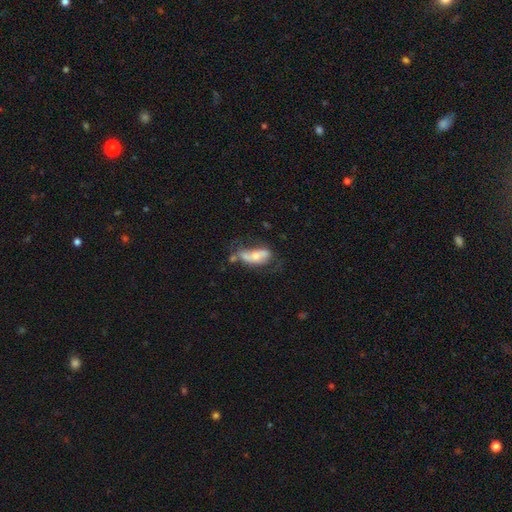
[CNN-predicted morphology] smooth_or_featured: smooth (p=0.49) [alt: featured or disk p=0.43]
merging: none (p=0.29) [alt: minor disturbance p=0.28]